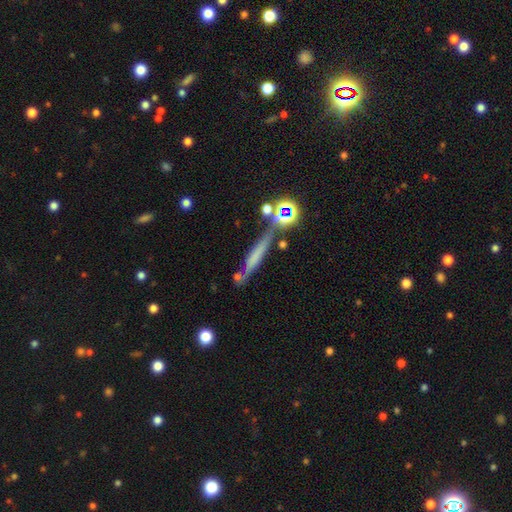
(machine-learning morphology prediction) smooth 45%, featured or disk 37%, star or artifact 18%. Down the decision tree: merging — none (65%).